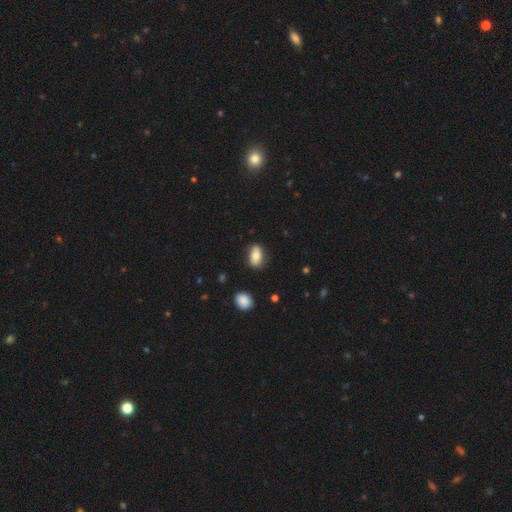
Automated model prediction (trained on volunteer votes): Smooth or featured?
  - smooth: 78% *
  - featured or disk: 15%
  - star or artifact: 8%
How rounded?
  - in between: 88% *
  - round: 9%
  - cigar-shaped: 3%
Merging?
  - none: 80% *
  - minor disturbance: 15%
  - major disturbance: 3%
  - merger: 2%